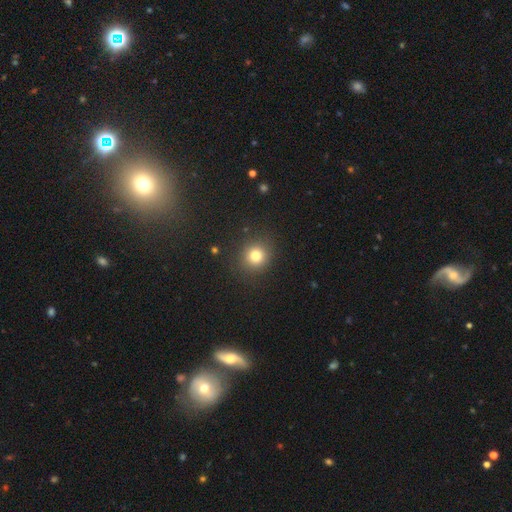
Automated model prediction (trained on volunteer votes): smooth-or-featured: smooth: 79% | star or artifact: 14% | featured or disk: 7%
  how-rounded: round: 89% | in between: 10% | cigar-shaped: 1%
  merging: none: 88% | minor disturbance: 7% | major disturbance: 3% | merger: 2%